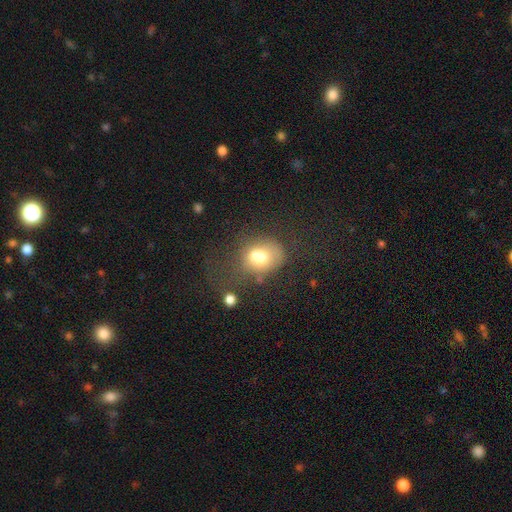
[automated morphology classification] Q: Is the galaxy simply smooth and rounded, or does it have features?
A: smooth — 66%.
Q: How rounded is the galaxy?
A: in between — 50%.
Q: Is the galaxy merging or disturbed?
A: none — 30%.